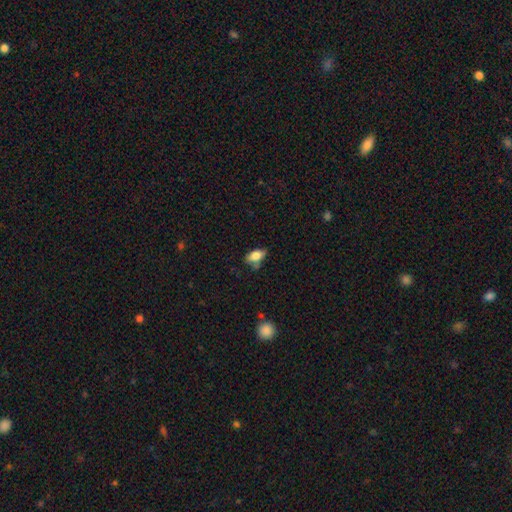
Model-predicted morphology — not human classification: Q: Smooth or featured?
A: smooth (80%); runner-up: featured or disk (12%)
Q: How rounded?
A: in between (89%); runner-up: cigar-shaped (6%)
Q: Merging?
A: none (55%); runner-up: minor disturbance (30%)